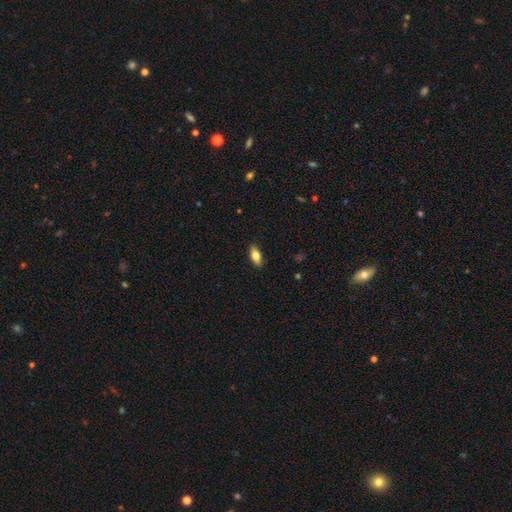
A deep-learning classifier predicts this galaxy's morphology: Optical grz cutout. It shows a smooth galaxy with no disk features (76%) that is in between round and cigar-shaped (84%). Merging: none (88%).